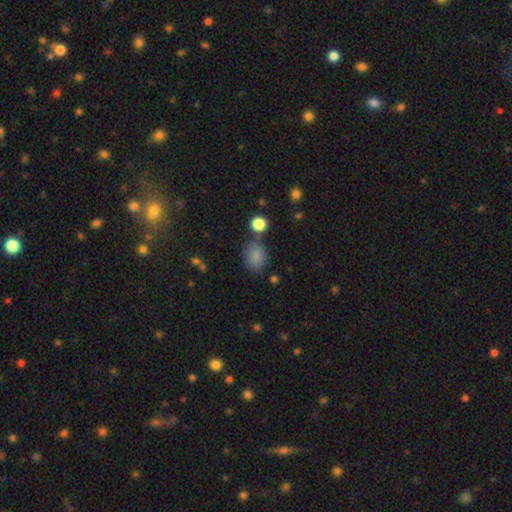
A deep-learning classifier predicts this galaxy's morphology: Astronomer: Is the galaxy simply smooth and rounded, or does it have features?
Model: smooth — 83%.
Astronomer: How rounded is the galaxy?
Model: in between — 60% (runner-up: round, 38%).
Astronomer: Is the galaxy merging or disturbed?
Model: none — 72%.